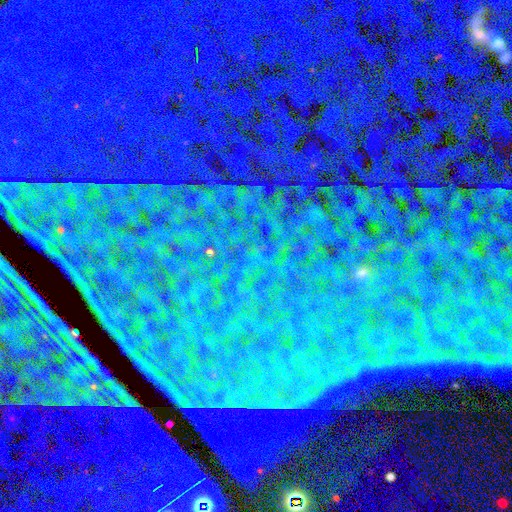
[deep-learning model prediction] star or artifact 85%, smooth 8%, featured or disk 7%.